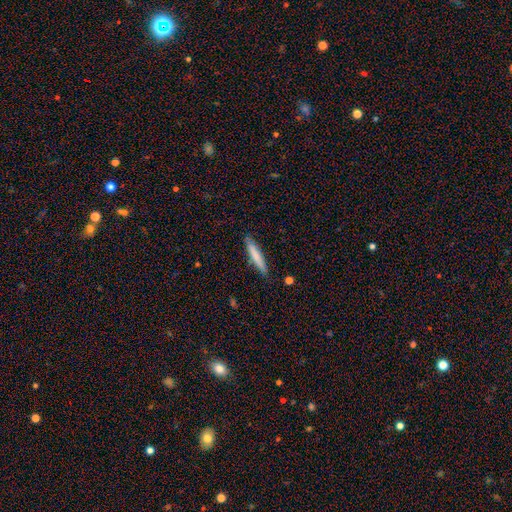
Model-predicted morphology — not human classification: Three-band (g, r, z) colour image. It shows a smooth galaxy with no disk features (77%) that is cigar-shaped (92%). Merging: none (87%).